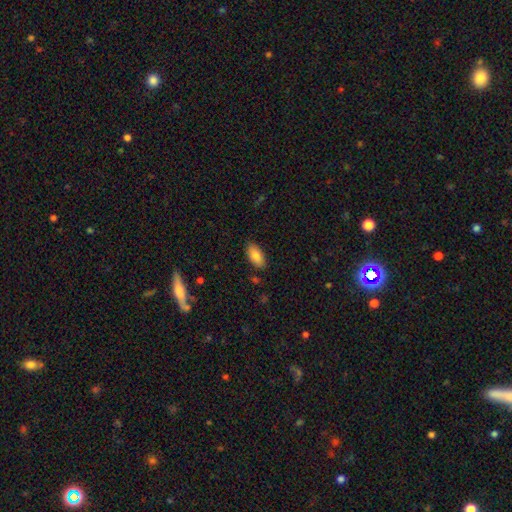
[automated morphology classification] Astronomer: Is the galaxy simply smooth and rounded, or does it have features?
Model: smooth — 84%.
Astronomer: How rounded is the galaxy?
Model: in between — 91%.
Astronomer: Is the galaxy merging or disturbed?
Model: none — 86%.